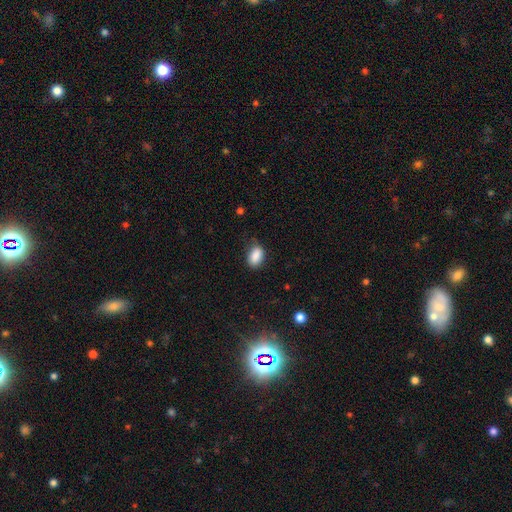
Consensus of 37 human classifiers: Volunteers were most divided on "merging": none: 66%, minor disturbance: 29%, major disturbance: 6%, merger: 0%. More confident: smooth or featured — smooth (95%); how rounded — in between (80%).